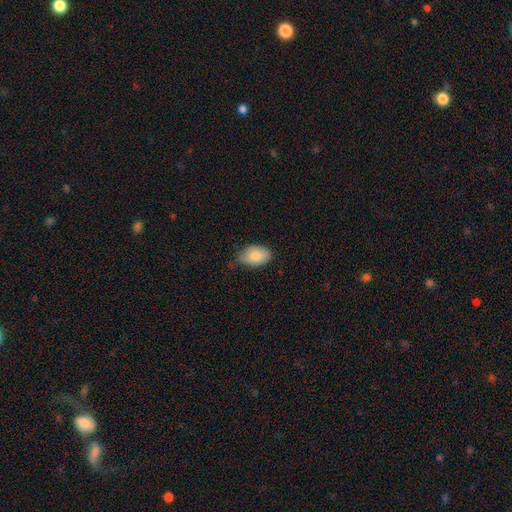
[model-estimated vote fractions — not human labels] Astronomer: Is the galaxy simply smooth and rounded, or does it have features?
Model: smooth — 84%.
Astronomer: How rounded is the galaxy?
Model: in between — 91%.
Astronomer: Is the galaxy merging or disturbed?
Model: none — 67%.